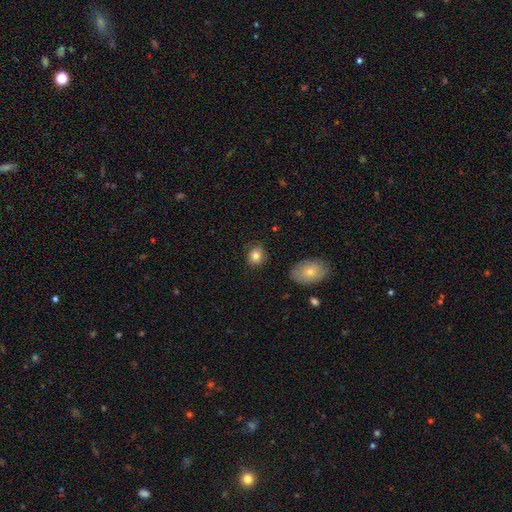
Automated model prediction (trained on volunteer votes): Smooth or featured? Predicted: smooth (p=0.82). How rounded? Predicted: round (p=0.70). Merging? Predicted: none (p=0.81).